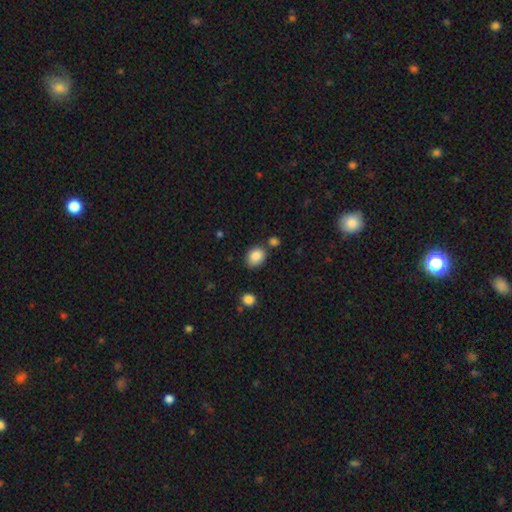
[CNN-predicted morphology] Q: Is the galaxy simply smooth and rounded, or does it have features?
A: smooth — 86%.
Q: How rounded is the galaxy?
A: in between — 56%.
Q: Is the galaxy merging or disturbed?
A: none — 73%.